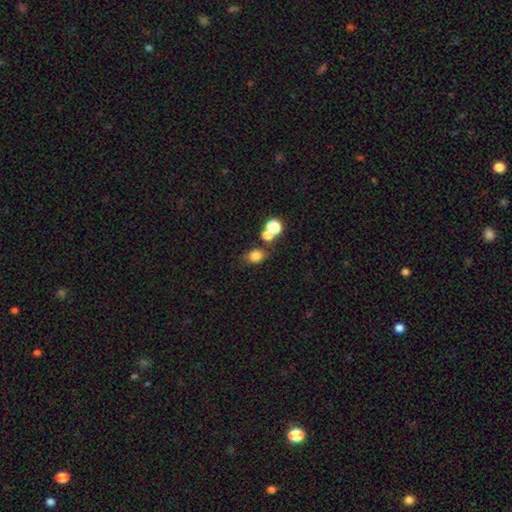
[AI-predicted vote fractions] Smooth or featured? Predicted: smooth (p=0.78). How rounded? Predicted: in between (p=0.53). Merging? Predicted: none (p=0.61).